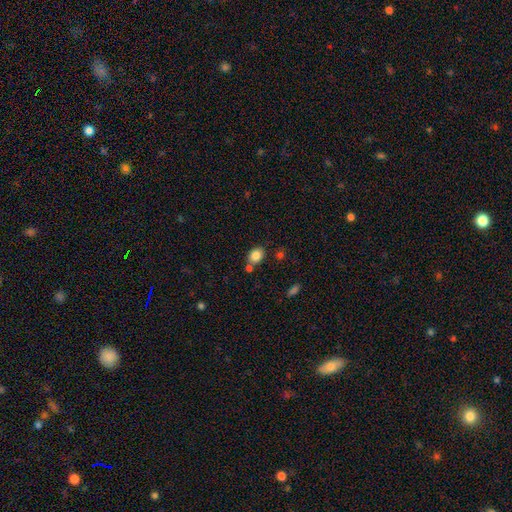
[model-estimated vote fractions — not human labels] Smooth or featured? smooth (84%)
How rounded? in between (57%)
Merging? none (67%)